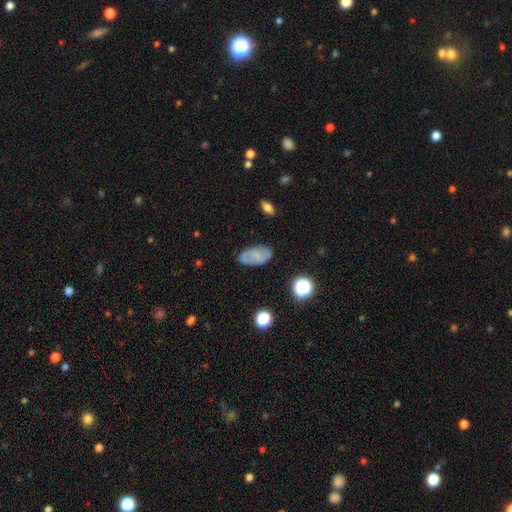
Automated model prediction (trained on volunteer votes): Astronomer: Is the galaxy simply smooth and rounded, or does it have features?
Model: smooth — 52% (runner-up: featured or disk, 37%).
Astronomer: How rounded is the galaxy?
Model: in between — 91%.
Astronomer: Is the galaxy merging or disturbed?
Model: none — 76%.